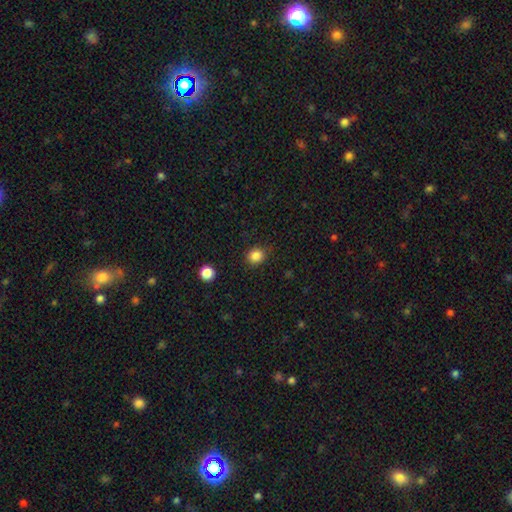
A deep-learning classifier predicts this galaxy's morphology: Smooth or featured? Predicted: smooth (p=0.85). How rounded? Predicted: round (p=0.78). Merging? Predicted: none (p=0.87).